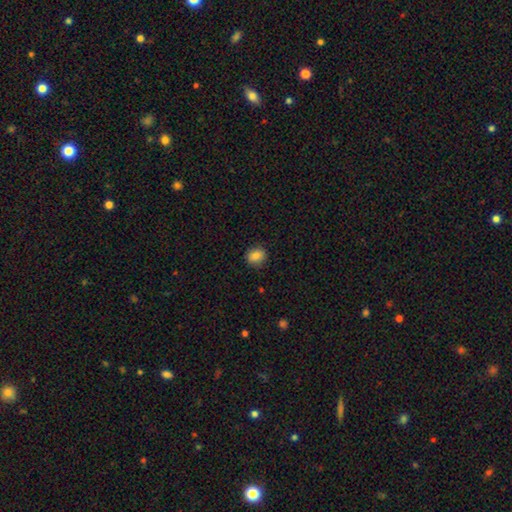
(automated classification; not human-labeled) Morphology: type=smooth (83%); roundness=round (70%); merging=none (87%).